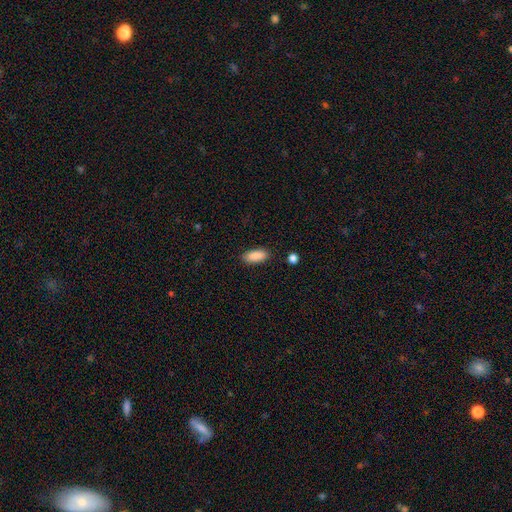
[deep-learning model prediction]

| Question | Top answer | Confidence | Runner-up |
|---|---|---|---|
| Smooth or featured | smooth | 89% | star or artifact (6%) |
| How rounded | in between | 85% | cigar-shaped (13%) |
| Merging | none | 87% | minor disturbance (9%) |